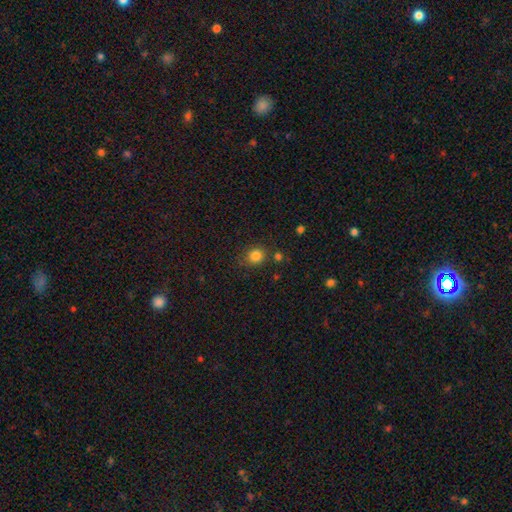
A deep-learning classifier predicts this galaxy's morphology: A smooth galaxy with no disk features (83%) that is round (79%).

Vote fractions:
- Smooth or featured? smooth: 83% / star or artifact: 12% / featured or disk: 5%
- How rounded? round: 79% / in between: 20% / cigar-shaped: 1%
- Merging? none: 78% / minor disturbance: 13% / merger: 6% / major disturbance: 4%